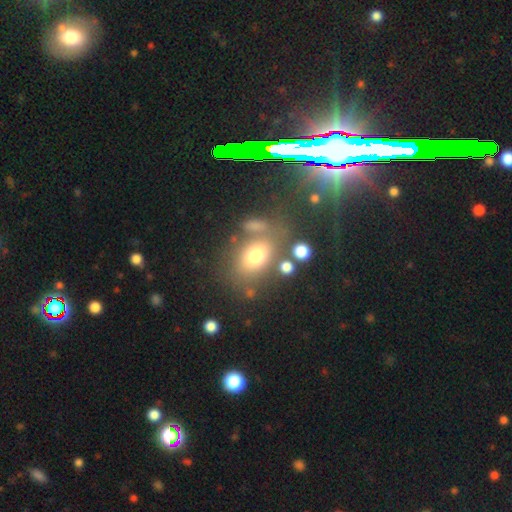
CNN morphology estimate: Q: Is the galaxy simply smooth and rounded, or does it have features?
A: smooth — 71%.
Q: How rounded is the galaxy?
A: in between — 69%.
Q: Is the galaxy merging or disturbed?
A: none — 56%.